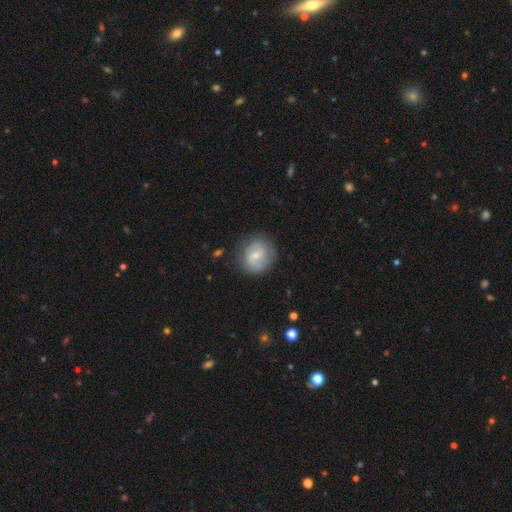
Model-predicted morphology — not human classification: smooth 51%, featured or disk 42%, star or artifact 7%. Down the decision tree: how rounded — round (84%); merging — none (79%).